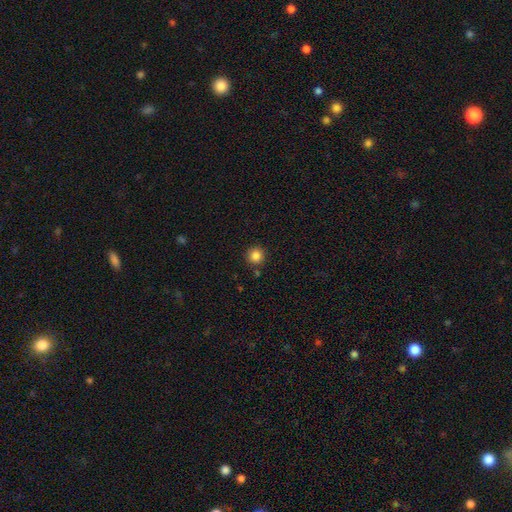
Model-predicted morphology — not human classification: Overall: smooth (85%). How rounded: round (94%). Merging: none (87%).